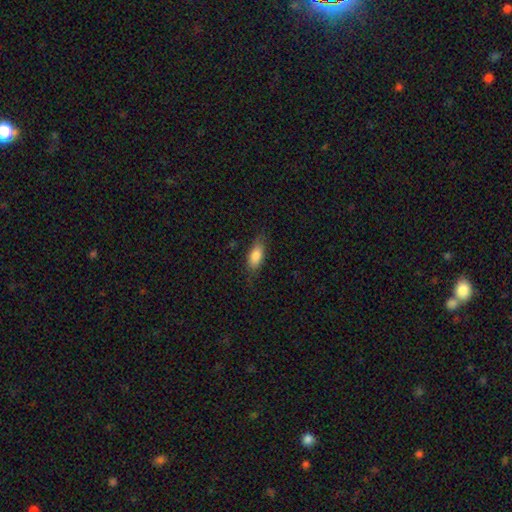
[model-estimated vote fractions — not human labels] This is clearly a smooth galaxy (81%). How rounded: likely in between (80%). Merging: likely none (75%).